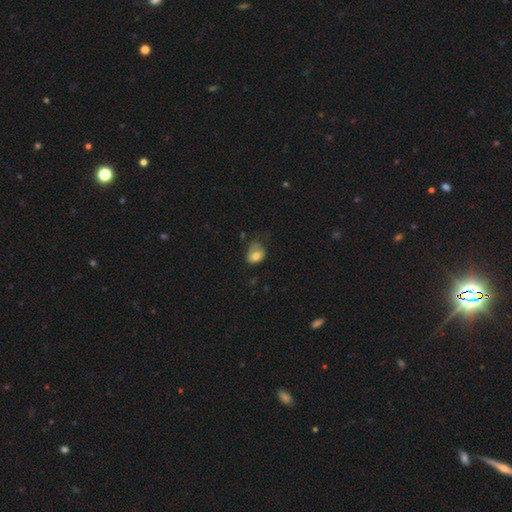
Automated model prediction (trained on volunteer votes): This is likely a smooth galaxy (78%). How rounded: likely in between (66%). Merging: marginally minor disturbance (37%).